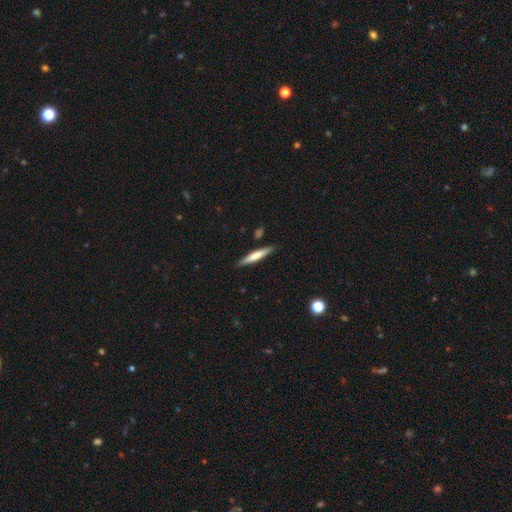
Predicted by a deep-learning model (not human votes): Smooth or featured?
  - smooth: 63% *
  - featured or disk: 32%
  - star or artifact: 6%
How rounded?
  - cigar-shaped: 92% *
  - in between: 6%
  - round: 1%
Merging?
  - none: 87% *
  - minor disturbance: 9%
  - merger: 2%
  - major disturbance: 2%